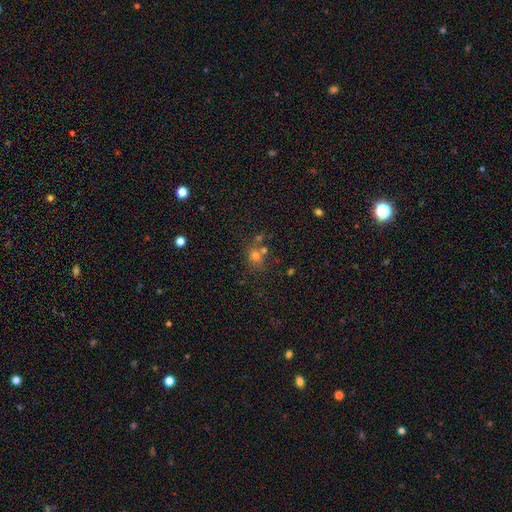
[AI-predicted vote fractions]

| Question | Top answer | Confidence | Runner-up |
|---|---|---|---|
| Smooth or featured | smooth | 67% | star or artifact (20%) |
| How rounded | round | 68% | in between (31%) |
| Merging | none | 52% | merger (31%) |